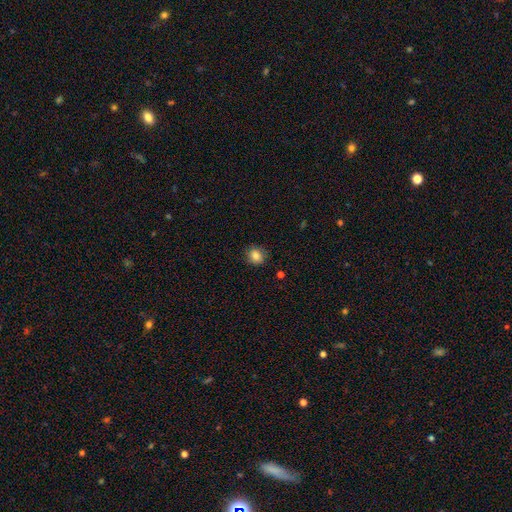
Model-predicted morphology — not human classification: Smooth or featured? Predicted: smooth (p=0.84). How rounded? Predicted: round (p=0.71). Merging? Predicted: none (p=0.87).